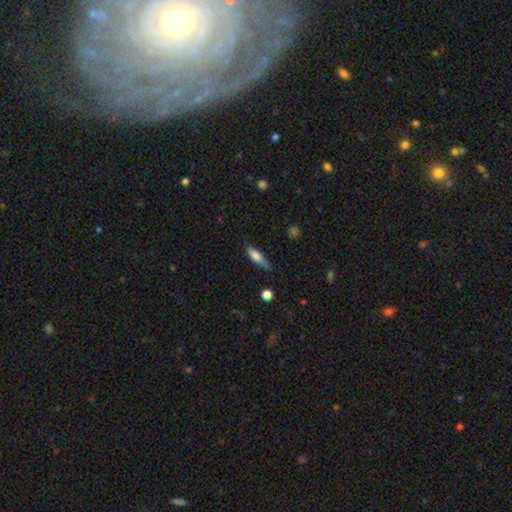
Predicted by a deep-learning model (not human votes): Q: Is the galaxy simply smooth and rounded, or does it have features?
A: smooth — 75%.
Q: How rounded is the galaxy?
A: cigar-shaped — 50%.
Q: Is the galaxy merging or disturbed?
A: none — 54%.